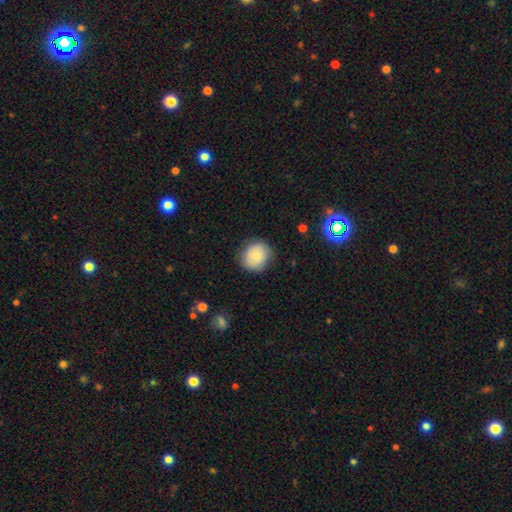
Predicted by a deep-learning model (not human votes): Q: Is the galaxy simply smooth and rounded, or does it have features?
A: smooth — 76%.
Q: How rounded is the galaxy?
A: round — 80%.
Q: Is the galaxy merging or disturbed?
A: none — 81%.